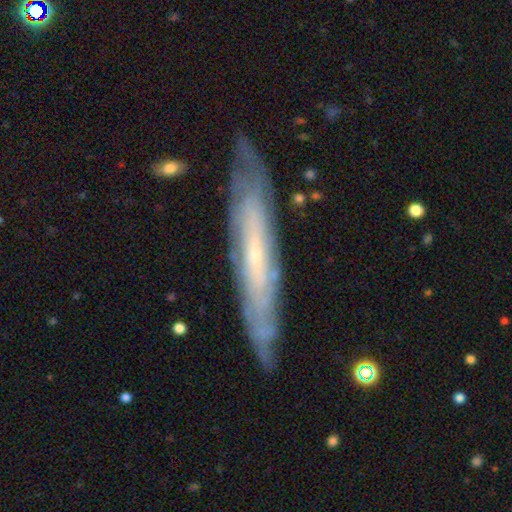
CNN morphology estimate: Smooth or featured? Predicted: featured or disk (p=0.74). Edge-on disk? Predicted: yes (p=0.58). Merging? Predicted: none (p=0.79).